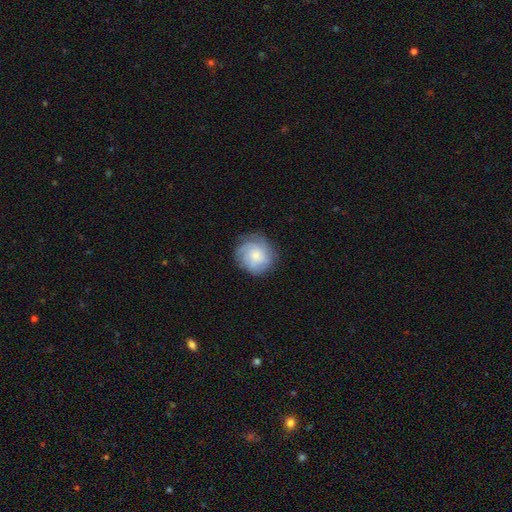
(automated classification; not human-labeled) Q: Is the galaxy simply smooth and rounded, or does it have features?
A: featured or disk — 49%.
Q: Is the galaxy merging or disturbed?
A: none — 77%.